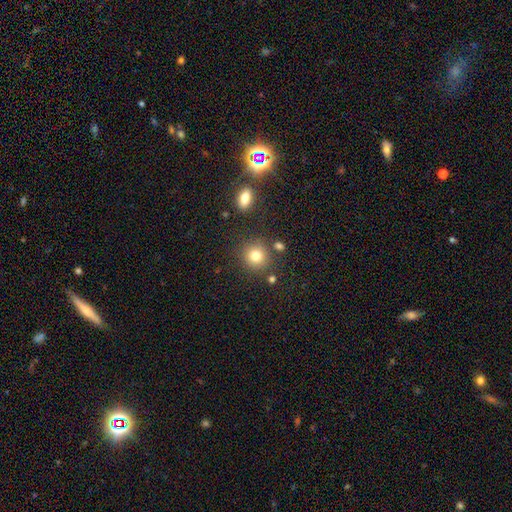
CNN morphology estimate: smooth_or_featured: smooth (p=0.80) [alt: star or artifact p=0.12]
how_rounded: round (p=0.88) [alt: in between p=0.11]
merging: none (p=0.80) [alt: minor disturbance p=0.09]